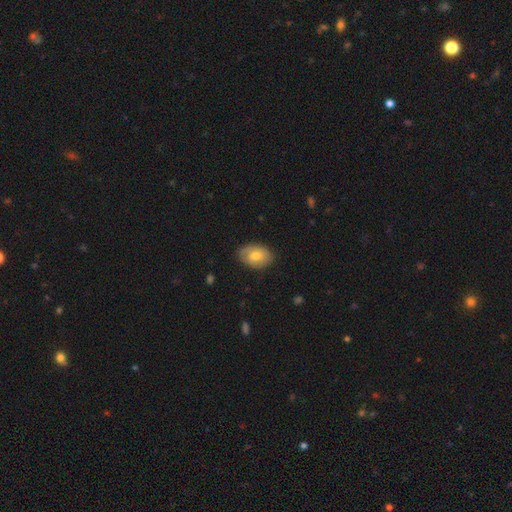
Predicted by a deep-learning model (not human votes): Q: Smooth or featured?
A: smooth (63%); runner-up: featured or disk (30%)
Q: How rounded?
A: in between (85%); runner-up: round (14%)
Q: Merging?
A: none (76%); runner-up: minor disturbance (19%)